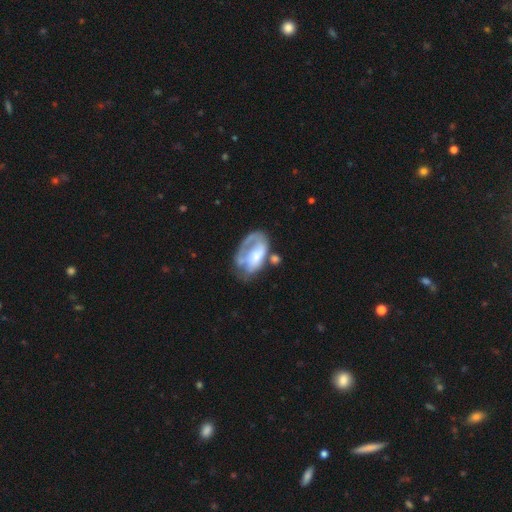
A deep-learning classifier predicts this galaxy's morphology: Smooth or featured? Predicted: featured or disk (p=0.56). Edge-on disk? Predicted: no (p=0.96). Bar? Predicted: no (p=0.68). Spiral arms? Predicted: no (p=0.50, tied with yes). Bulge size? Predicted: moderate (p=0.30). Merging? Predicted: none (p=0.31, tied with major disturbance).